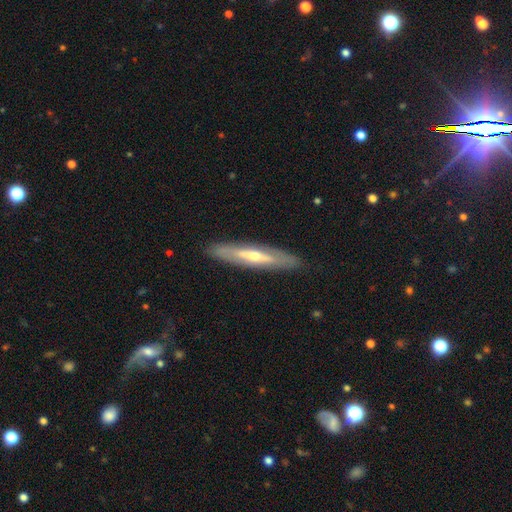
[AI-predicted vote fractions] The model was most divided on "smooth or featured": featured or disk: 62%, smooth: 30%, star or artifact: 8%. More confident: merging — none (87%); edge-on disk — yes (76%).